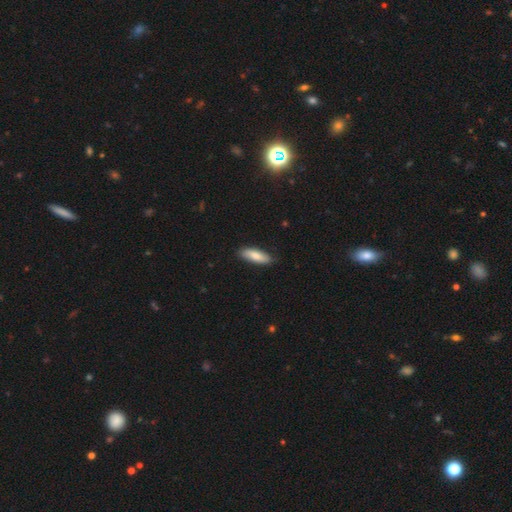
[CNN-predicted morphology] smooth-or-featured: smooth: 81% | featured or disk: 13% | star or artifact: 5%
  how-rounded: in between: 62% | cigar-shaped: 37% | round: 2%
  merging: none: 85% | minor disturbance: 12% | major disturbance: 2% | merger: 1%